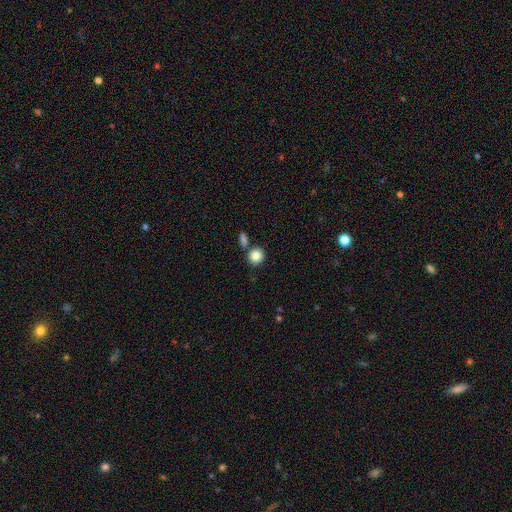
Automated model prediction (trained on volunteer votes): A smooth galaxy with no disk features (87%) that is round (85%).

Vote fractions:
- Smooth or featured? smooth: 87% / star or artifact: 9% / featured or disk: 5%
- How rounded? round: 85% / in between: 14% / cigar-shaped: 1%
- Merging? none: 68% / merger: 18% / minor disturbance: 10% / major disturbance: 3%